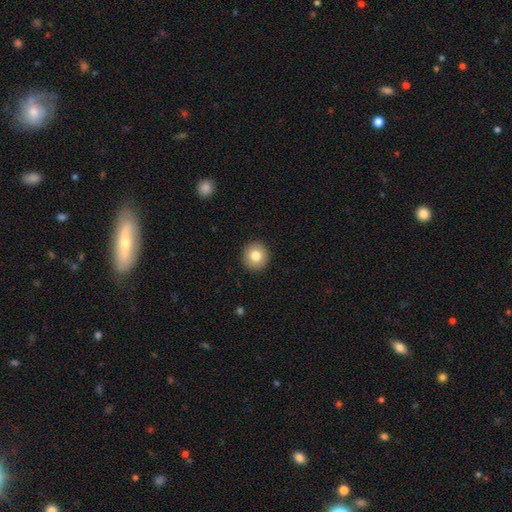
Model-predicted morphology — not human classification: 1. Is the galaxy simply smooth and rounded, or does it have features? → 81% smooth, 10% featured or disk, 9% star or artifact.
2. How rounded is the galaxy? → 92% round, 7% in between, 1% cigar-shaped.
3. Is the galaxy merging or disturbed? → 92% none, 5% minor disturbance, 2% major disturbance, 1% merger.